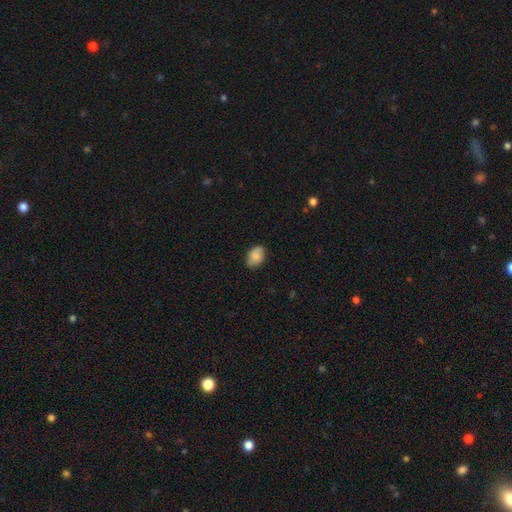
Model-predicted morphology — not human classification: smooth_or_featured: smooth (p=0.80) [alt: featured or disk p=0.12]
how_rounded: in between (p=0.80) [alt: round p=0.19]
merging: none (p=0.78) [alt: minor disturbance p=0.18]